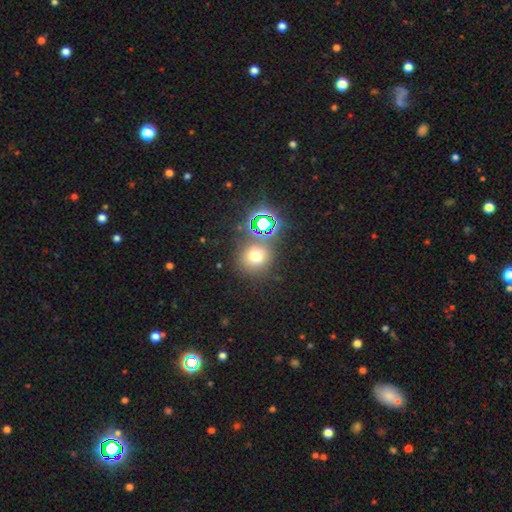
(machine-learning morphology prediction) Smooth or featured: smooth — 58% (star or artifact — 33%)
How rounded: round — 87% (in between — 12%)
Merging: none — 74% (merger — 12%)